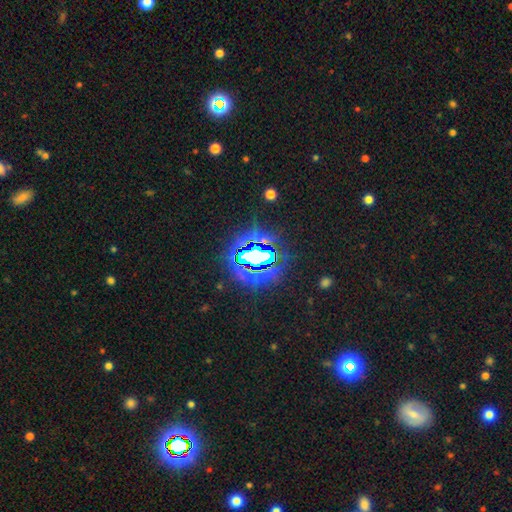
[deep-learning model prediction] This appears to be a star or artifact, not a galaxy (74%).